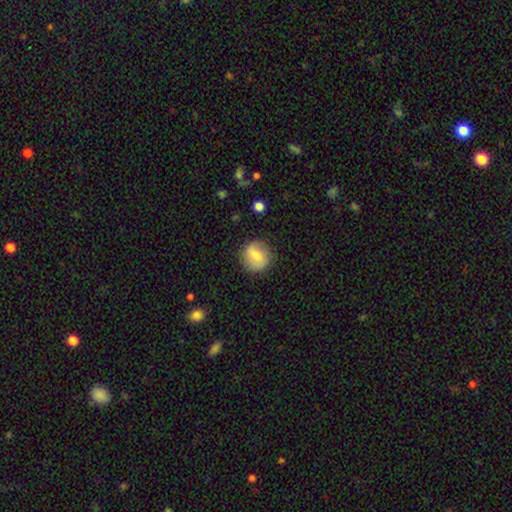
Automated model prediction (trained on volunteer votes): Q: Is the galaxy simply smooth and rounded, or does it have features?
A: smooth — 71%.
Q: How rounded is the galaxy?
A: round — 89%.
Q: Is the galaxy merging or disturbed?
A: none — 85%.